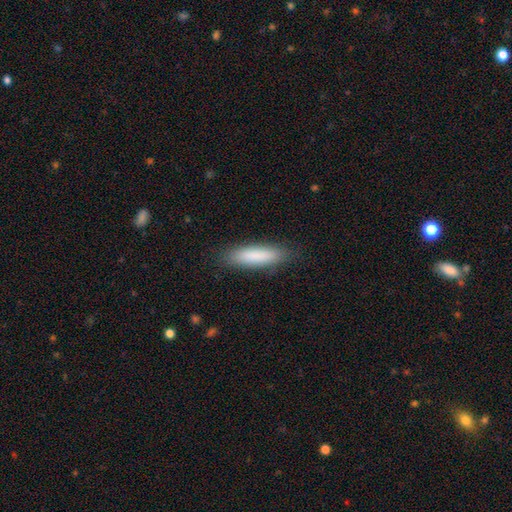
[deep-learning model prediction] Smooth or featured? Predicted: smooth (p=0.85). How rounded? Predicted: cigar-shaped (p=0.71). Merging? Predicted: none (p=0.87).